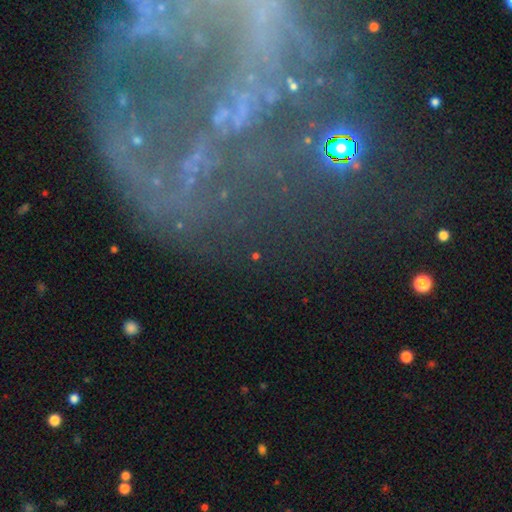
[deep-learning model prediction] Q: Smooth or featured?
A: star or artifact (56%); runner-up: featured or disk (23%)